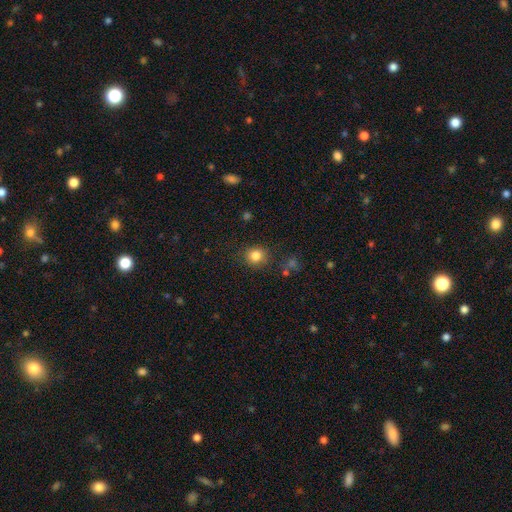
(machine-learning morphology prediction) Q: Smooth or featured?
A: smooth (82%); runner-up: star or artifact (12%)
Q: How rounded?
A: round (82%); runner-up: in between (17%)
Q: Merging?
A: none (84%); runner-up: minor disturbance (10%)